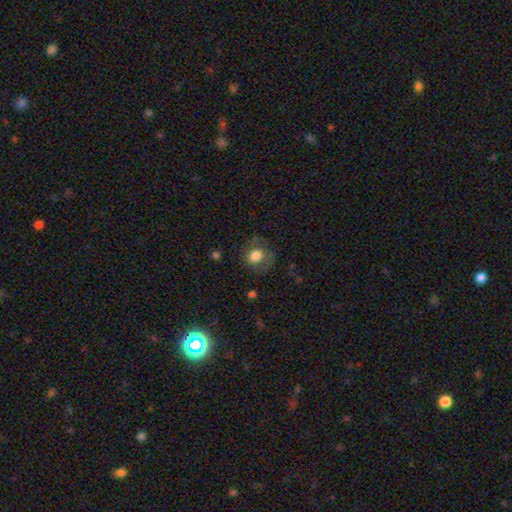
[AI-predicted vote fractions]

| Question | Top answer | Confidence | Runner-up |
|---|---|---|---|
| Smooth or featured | smooth | 75% | featured or disk (16%) |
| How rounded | round | 70% | in between (29%) |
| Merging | none | 61% | minor disturbance (22%) |